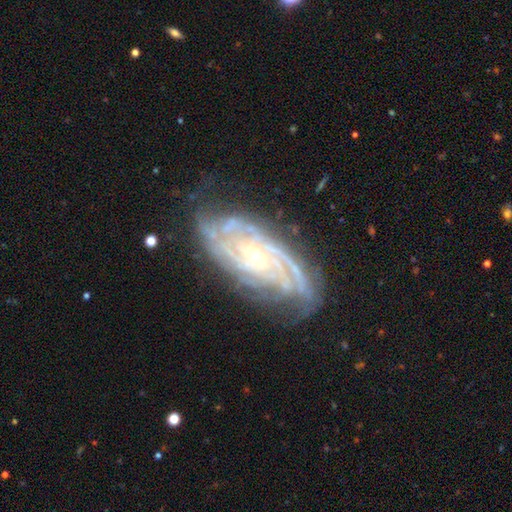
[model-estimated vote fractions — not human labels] Smooth or featured: featured or disk — 89% (star or artifact — 6%)
Edge-on disk: no — 94% (yes — 6%)
Bar: no — 68% (weak — 23%)
Spiral arms: yes — 97% (no — 3%)
Spiral winding: tight — 73% (medium — 23%)
Spiral arm count: can't tell — 28% (4 — 22%)
Bulge size: small — 73% (moderate — 23%)
Merging: none — 70% (minor disturbance — 20%)